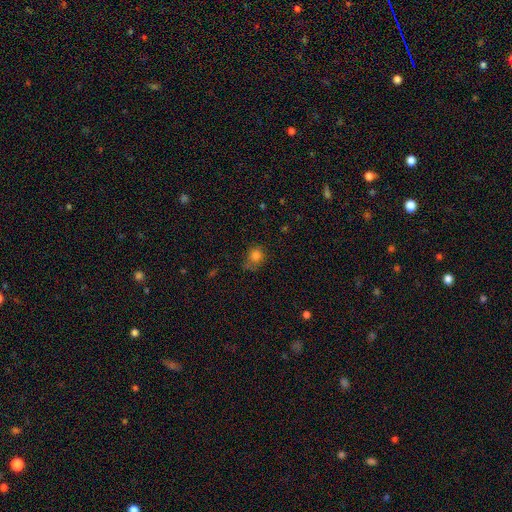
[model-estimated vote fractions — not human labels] Smooth or featured? smooth (80%)
How rounded? round (75%)
Merging? none (58%)